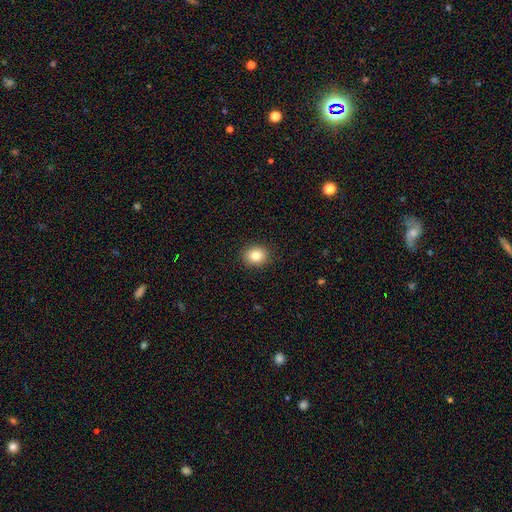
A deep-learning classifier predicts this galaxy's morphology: Smooth or featured?
  - smooth: 82% *
  - star or artifact: 10%
  - featured or disk: 8%
How rounded?
  - round: 78% *
  - in between: 21%
  - cigar-shaped: 1%
Merging?
  - none: 90% *
  - minor disturbance: 7%
  - major disturbance: 2%
  - merger: 1%